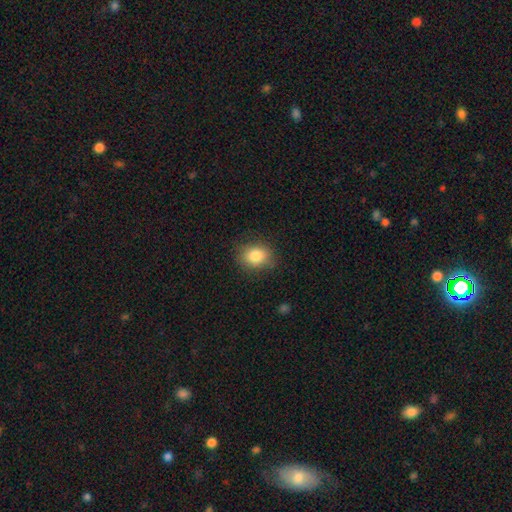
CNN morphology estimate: Smooth or featured?
  - smooth: 84% *
  - star or artifact: 9%
  - featured or disk: 7%
How rounded?
  - in between: 54% *
  - round: 45%
  - cigar-shaped: 1%
Merging?
  - none: 82% *
  - minor disturbance: 13%
  - major disturbance: 4%
  - merger: 1%